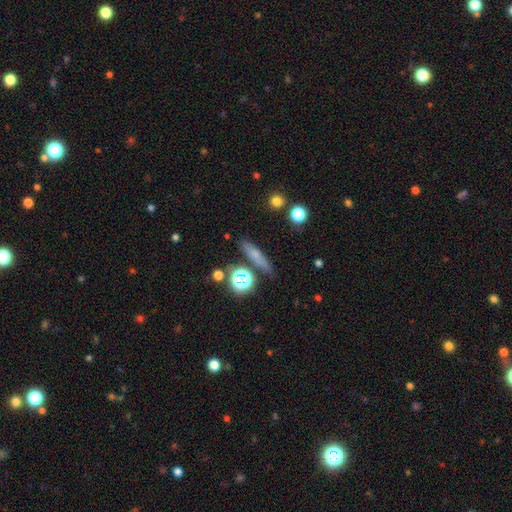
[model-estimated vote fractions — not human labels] Smooth or featured?
  - smooth: 60% *
  - featured or disk: 25%
  - star or artifact: 16%
How rounded?
  - cigar-shaped: 73% *
  - in between: 17%
  - round: 10%
Merging?
  - none: 78% *
  - minor disturbance: 12%
  - merger: 6%
  - major disturbance: 4%